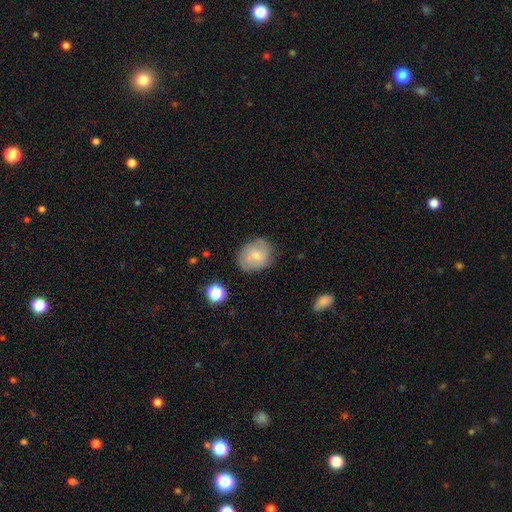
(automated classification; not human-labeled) The model was most divided on "how rounded": round: 60%, in between: 39%, cigar-shaped: 1%. More confident: merging — none (72%); smooth or featured — smooth (62%).